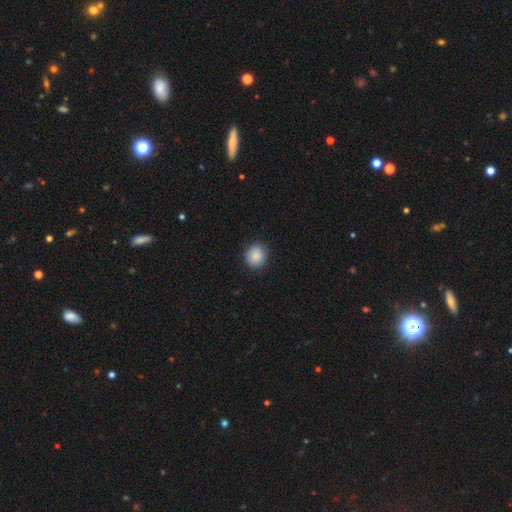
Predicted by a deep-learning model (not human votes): The model was most divided on "how rounded": round: 84%, in between: 15%, cigar-shaped: 1%. More confident: smooth or featured — smooth (88%); merging — none (88%).